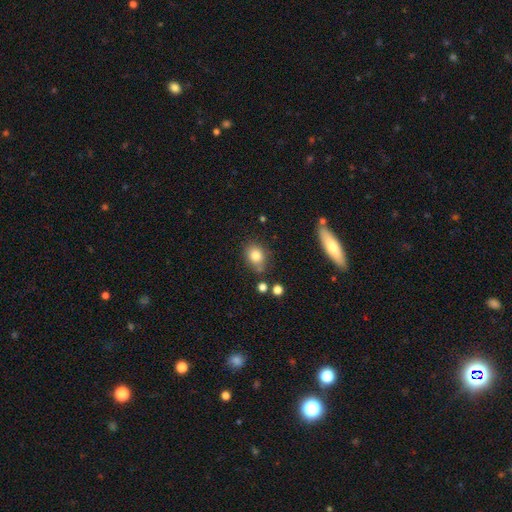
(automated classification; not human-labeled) Smooth or featured?
  - smooth: 81% *
  - star or artifact: 11%
  - featured or disk: 8%
How rounded?
  - round: 50% *
  - in between: 49%
  - cigar-shaped: 1%
Merging?
  - none: 70% *
  - minor disturbance: 17%
  - merger: 8%
  - major disturbance: 5%